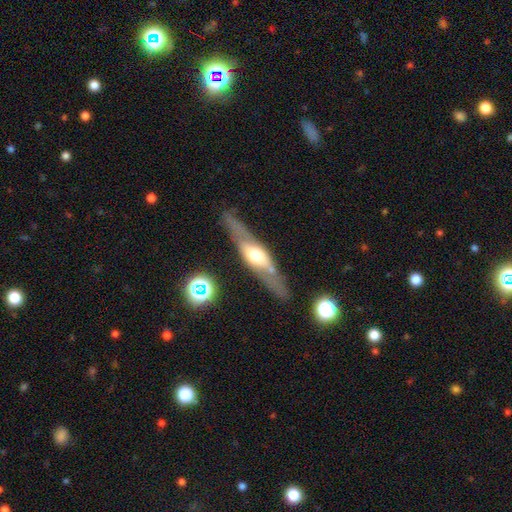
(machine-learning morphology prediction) A featured or disk galaxy (70%) viewed edge-on (84%) with a rounded central bulge (90%).

Vote fractions:
- Smooth or featured? featured or disk: 70% / smooth: 24% / star or artifact: 6%
- Edge-on disk? yes: 84% / no: 16%
- Edge-on bulge? rounded: 90% / boxy: 7% / none: 4%
- Merging? none: 78% / minor disturbance: 13% / major disturbance: 5% / merger: 4%